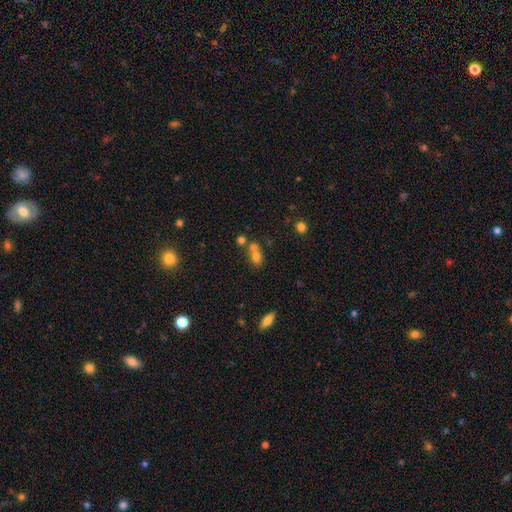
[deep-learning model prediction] Q: Smooth or featured?
A: smooth (67%); runner-up: featured or disk (17%)
Q: How rounded?
A: round (54%); runner-up: in between (43%)
Q: Merging?
A: merger (56%); runner-up: none (32%)